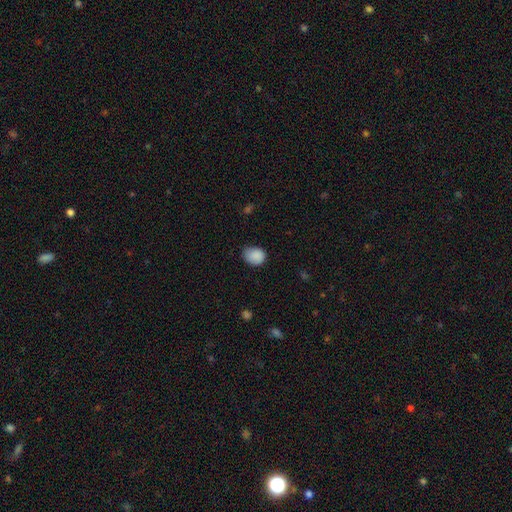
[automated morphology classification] The model was most divided on "how rounded": in between: 50%, round: 49%, cigar-shaped: 1%. More confident: smooth or featured — smooth (88%); merging — none (66%).